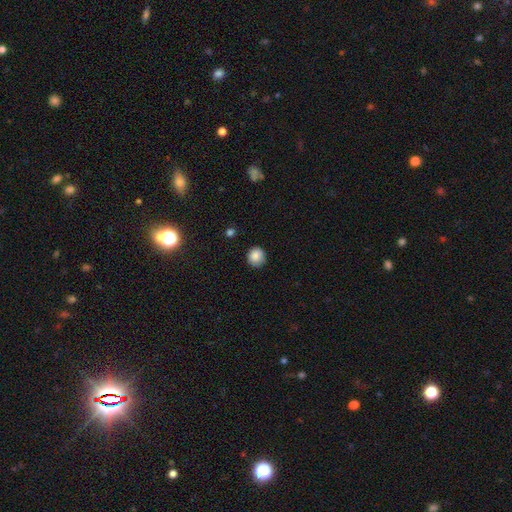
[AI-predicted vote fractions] Smooth or featured: smooth — 87% (star or artifact — 9%)
How rounded: round — 90% (in between — 9%)
Merging: none — 85% (minor disturbance — 11%)